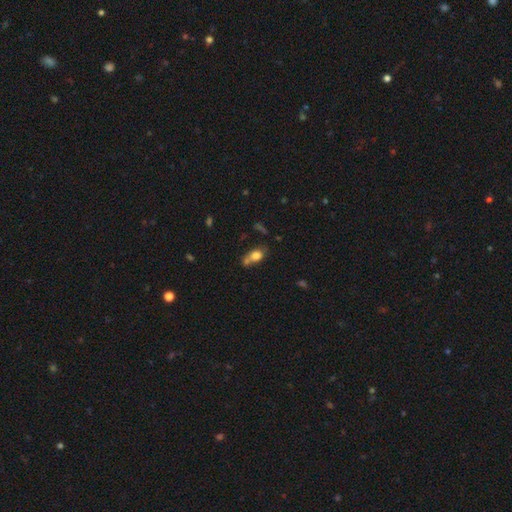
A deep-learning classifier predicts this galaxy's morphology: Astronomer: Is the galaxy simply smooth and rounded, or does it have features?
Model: smooth — 76%.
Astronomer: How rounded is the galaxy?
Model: in between — 69%.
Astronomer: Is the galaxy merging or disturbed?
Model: none — 42% (runner-up: merger, 34%).